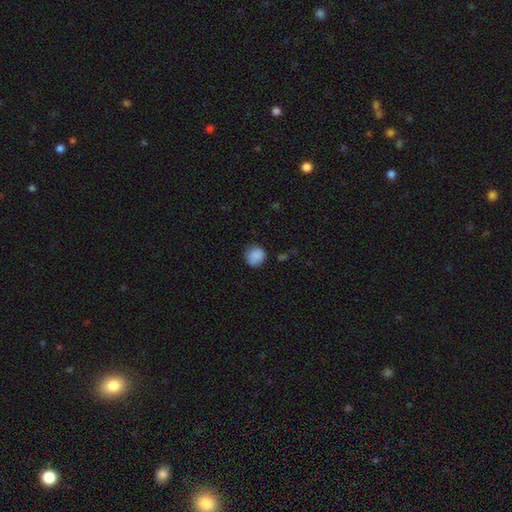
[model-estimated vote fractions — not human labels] Smooth or featured? Predicted: smooth (p=0.87). How rounded? Predicted: round (p=0.88). Merging? Predicted: none (p=0.77).